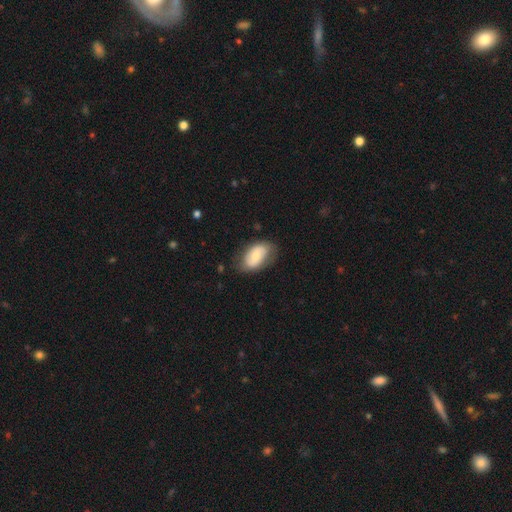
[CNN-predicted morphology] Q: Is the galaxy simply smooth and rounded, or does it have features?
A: smooth — 54%.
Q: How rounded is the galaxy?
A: in between — 92%.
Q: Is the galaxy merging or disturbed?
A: none — 71%.